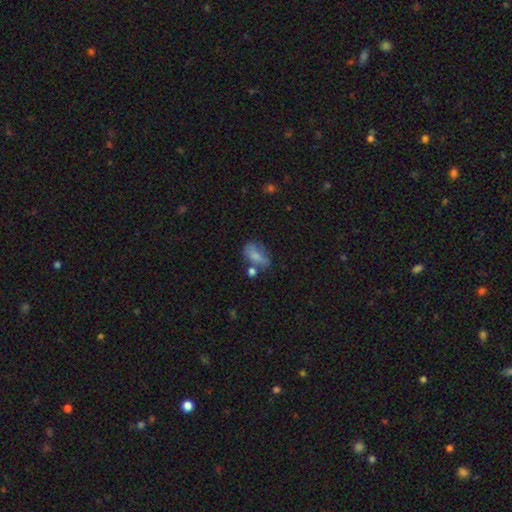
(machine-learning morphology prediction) Smooth or featured? smooth (70%)
How rounded? in between (85%)
Merging? none (39%)